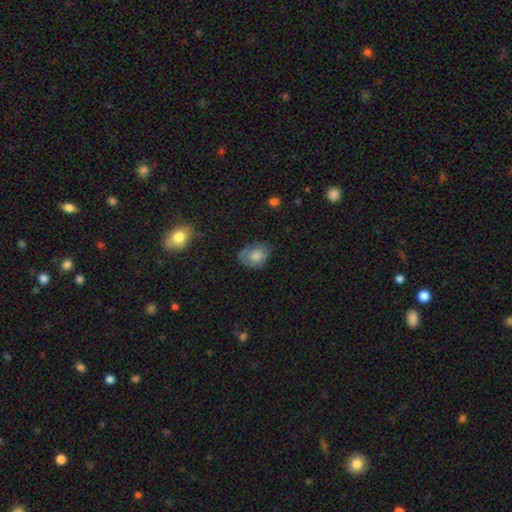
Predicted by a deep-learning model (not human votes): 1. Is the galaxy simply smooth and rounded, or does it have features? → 74% smooth, 17% featured or disk, 9% star or artifact.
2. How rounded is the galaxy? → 60% in between, 39% round, 1% cigar-shaped.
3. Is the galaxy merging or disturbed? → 58% none, 30% minor disturbance, 11% major disturbance, 2% merger.